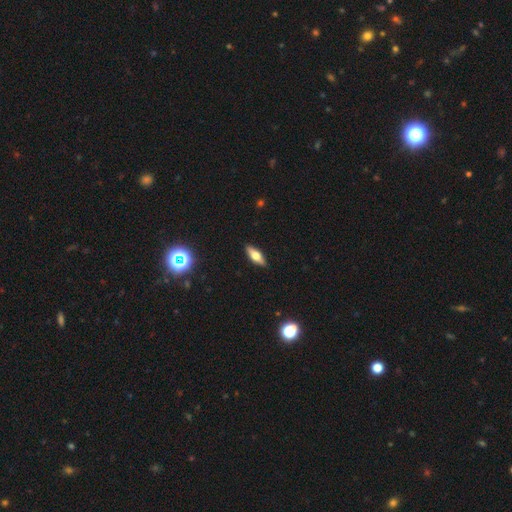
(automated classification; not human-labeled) The model was most divided on "smooth or featured": smooth: 55%, featured or disk: 37%, star or artifact: 8%. More confident: merging — none (90%); how rounded — in between (62%).